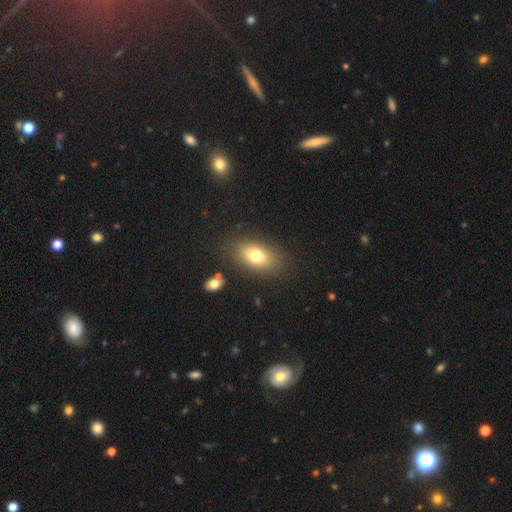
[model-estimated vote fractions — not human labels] smooth_or_featured: smooth (p=0.76) [alt: featured or disk p=0.14]
how_rounded: in between (p=0.86) [alt: round p=0.11]
merging: none (p=0.82) [alt: minor disturbance p=0.11]